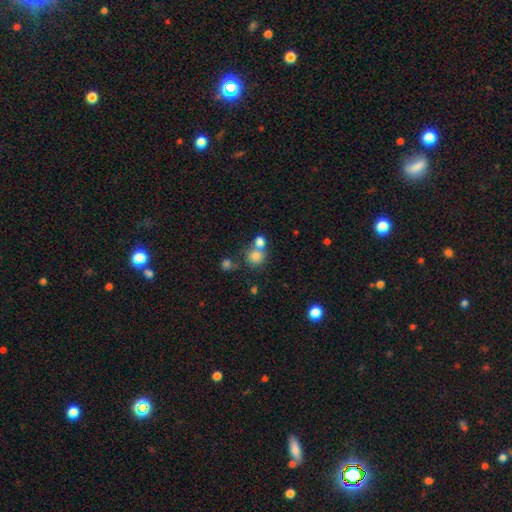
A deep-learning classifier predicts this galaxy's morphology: A smooth galaxy with no disk features (78%) that is round (83%). Merging: none (47%).